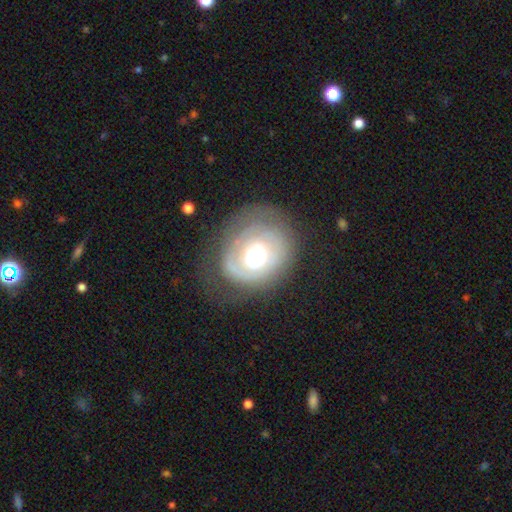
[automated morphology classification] This appears to be a featured or disk galaxy (67%) with no bar (80%), spiral arms (69%) and a moderate central bulge (62%). Merging: none (63%).